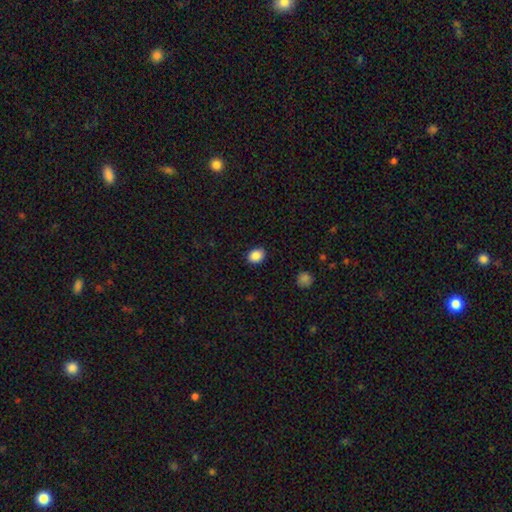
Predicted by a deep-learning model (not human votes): A smooth galaxy with no disk features (88%) that is in between round and cigar-shaped (55%).

Vote fractions:
- Smooth or featured? smooth: 88% / star or artifact: 9% / featured or disk: 3%
- How rounded? in between: 55% / round: 44% / cigar-shaped: 1%
- Merging? none: 88% / minor disturbance: 8% / major disturbance: 2% / merger: 1%